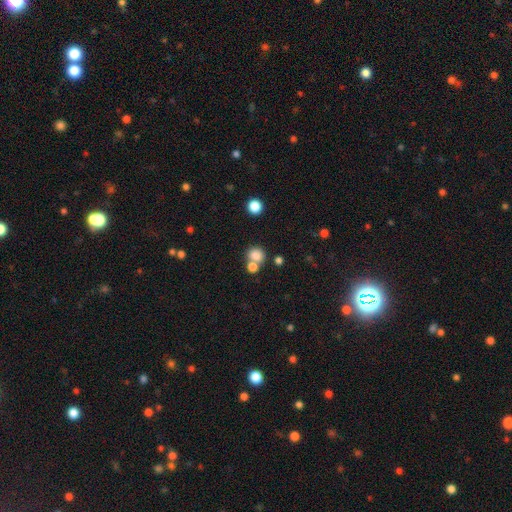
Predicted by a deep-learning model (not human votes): A smooth galaxy with no disk features (80%) that is round (72%). Merging: none (45%).